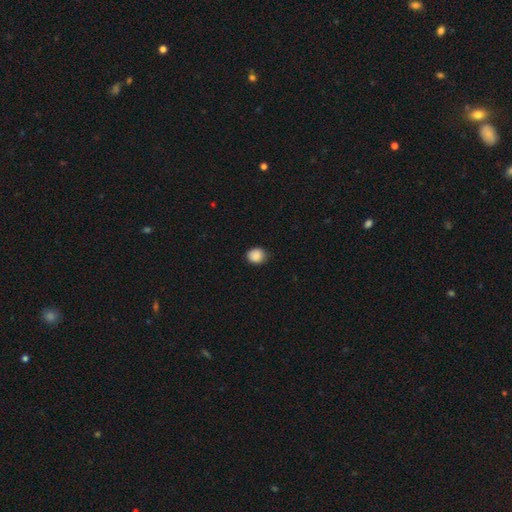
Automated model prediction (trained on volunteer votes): Morphology: type=smooth (88%); roundness=round (70%); merging=none (83%).